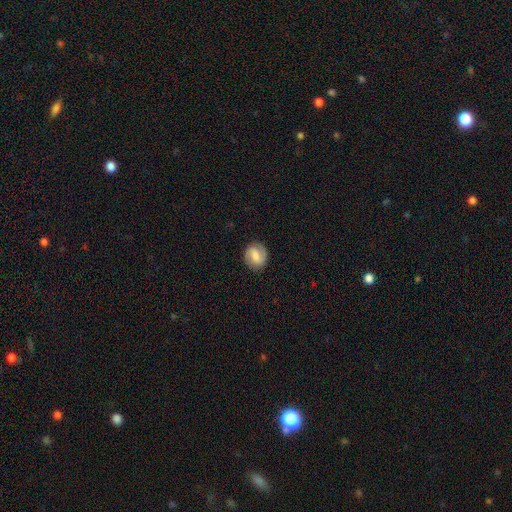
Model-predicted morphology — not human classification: The model was most divided on "bulge size": moderate: 38%, small: 30%, none: 18%, large: 12%, dominant: 2%. Remaining: edge-on disk — no (97%); spiral arms — yes (87%); merging — none (86%); smooth or featured — featured or disk (54%); bar — weak (49%).